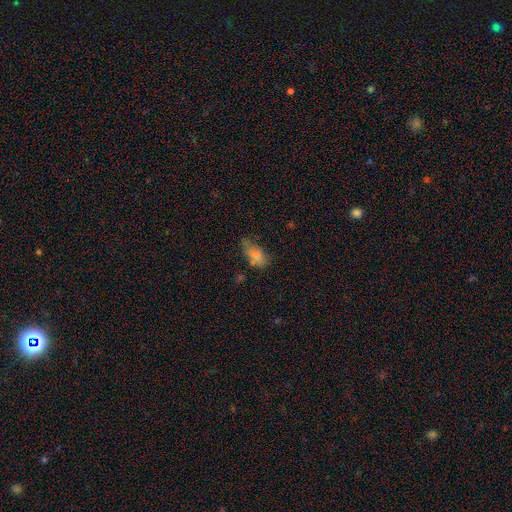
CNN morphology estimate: type=smooth (78%); roundness=in between (89%); merging=none (46%).